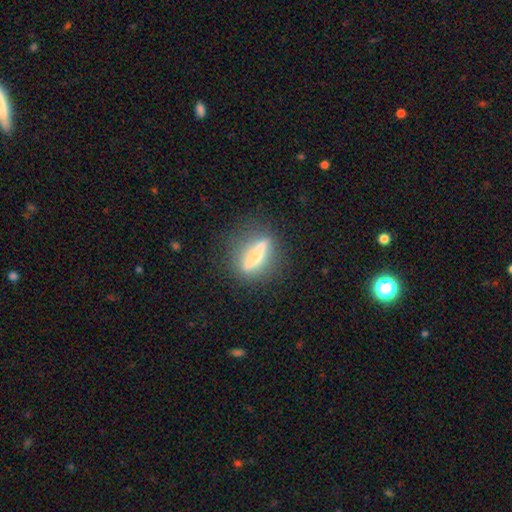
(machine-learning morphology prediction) Q: Smooth or featured?
A: featured or disk (51%); runner-up: smooth (39%)
Q: Edge-on disk?
A: yes (56%); runner-up: no (44%)
Q: Merging?
A: none (75%); runner-up: minor disturbance (13%)